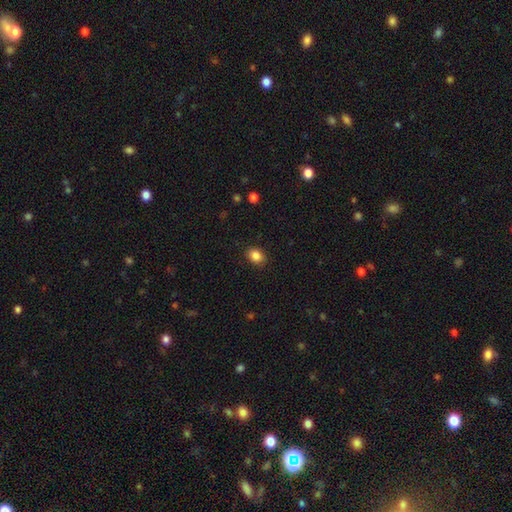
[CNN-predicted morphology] Q: Smooth or featured?
A: smooth (87%); runner-up: star or artifact (9%)
Q: How rounded?
A: in between (63%); runner-up: round (36%)
Q: Merging?
A: none (88%); runner-up: minor disturbance (8%)